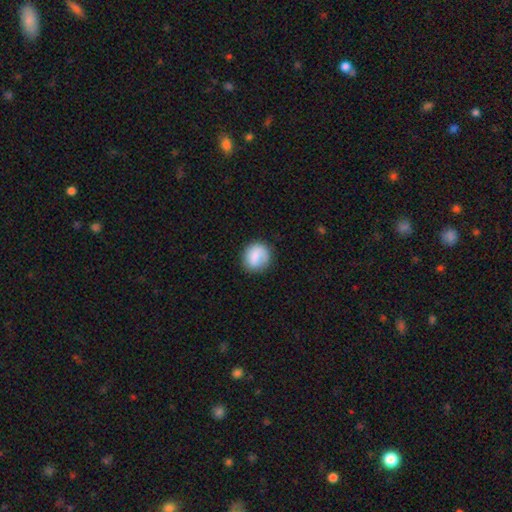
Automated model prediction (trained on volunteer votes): This is likely a smooth galaxy (79%). How rounded: likely round (79%). Merging: likely none (75%).